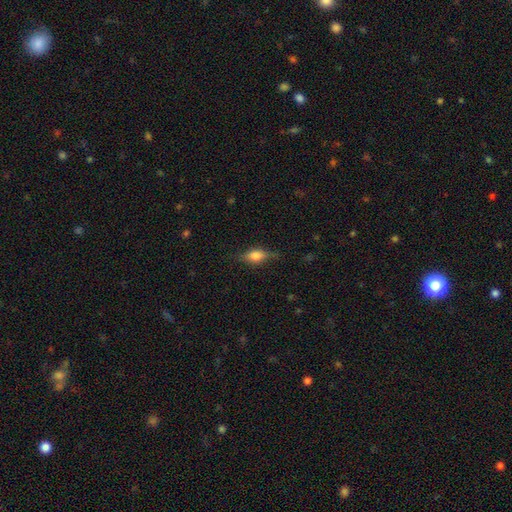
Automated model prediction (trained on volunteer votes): The model was most divided on "smooth or featured": smooth: 53%, featured or disk: 38%, star or artifact: 9%. More confident: merging — none (74%); how rounded — in between (69%).